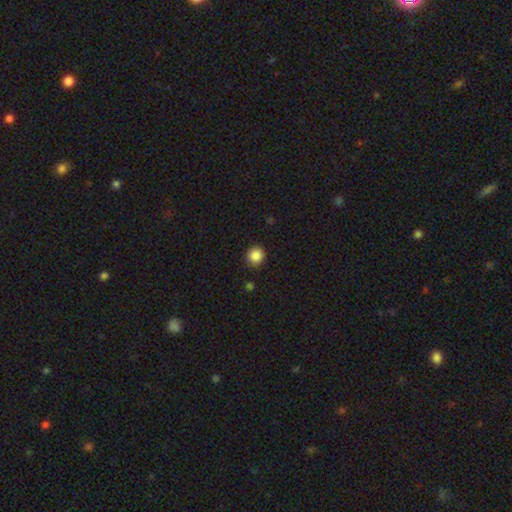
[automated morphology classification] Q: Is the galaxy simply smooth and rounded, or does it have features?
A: smooth — 87%.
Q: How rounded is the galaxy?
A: round — 91%.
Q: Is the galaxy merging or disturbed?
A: none — 87%.